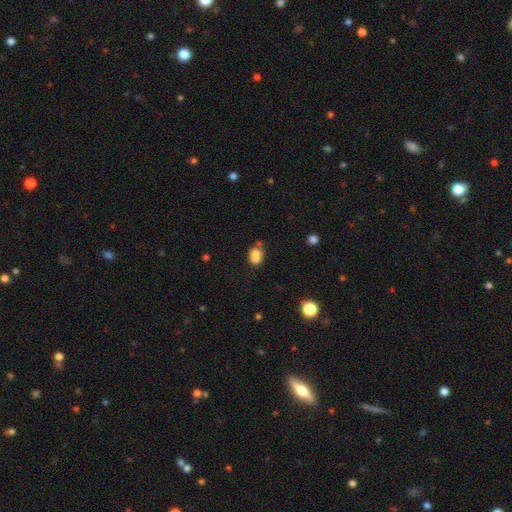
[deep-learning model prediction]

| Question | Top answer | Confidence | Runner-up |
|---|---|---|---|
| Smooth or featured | smooth | 72% | featured or disk (16%) |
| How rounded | in between | 53% | round (46%) |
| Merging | merger | 45% | none (36%) |